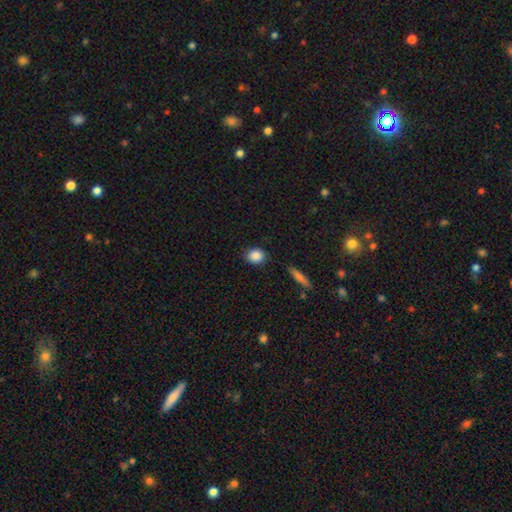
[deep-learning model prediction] A smooth galaxy with no disk features (87%) that is round (60%).

Vote fractions:
- Smooth or featured? smooth: 87% / star or artifact: 8% / featured or disk: 5%
- How rounded? round: 60% / in between: 38% / cigar-shaped: 2%
- Merging? none: 85% / minor disturbance: 11% / major disturbance: 3% / merger: 2%